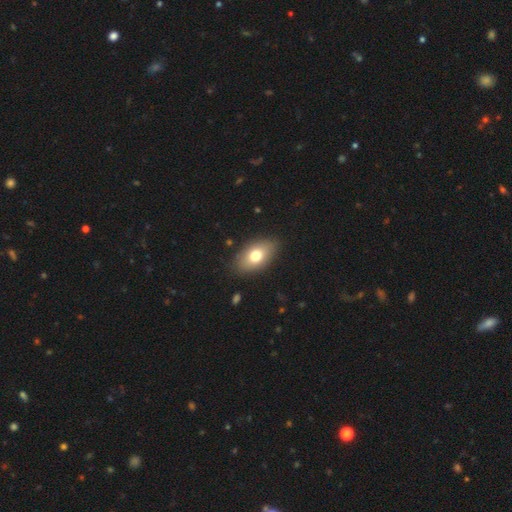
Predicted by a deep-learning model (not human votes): Smooth or featured?
  - smooth: 74% *
  - featured or disk: 19%
  - star or artifact: 8%
How rounded?
  - in between: 89% *
  - round: 8%
  - cigar-shaped: 3%
Merging?
  - none: 85% *
  - minor disturbance: 11%
  - major disturbance: 3%
  - merger: 1%